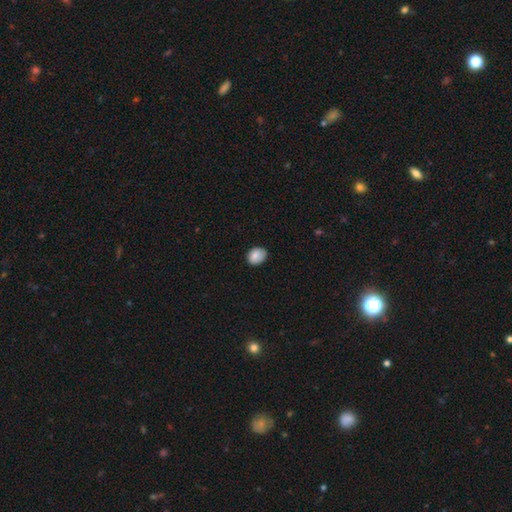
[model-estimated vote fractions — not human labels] This appears to be a smooth galaxy with no disk features (84%) that is in between round and cigar-shaped (62%). Merging: none (77%).